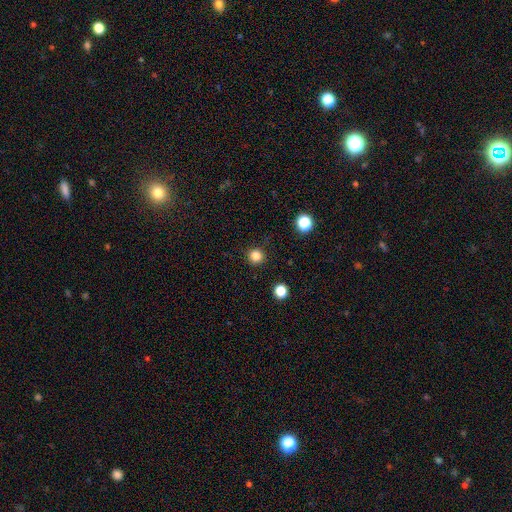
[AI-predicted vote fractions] A smooth galaxy with no disk features (84%) that is round (95%). Merging: none (91%).